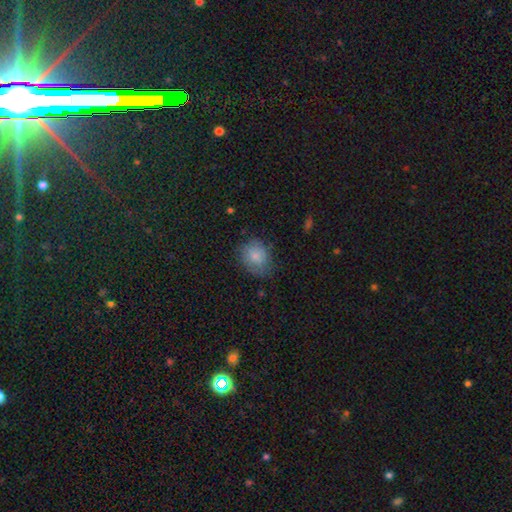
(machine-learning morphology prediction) This appears to be a smooth galaxy with no disk features (74%) that is round (62%). Merging: none (60%).